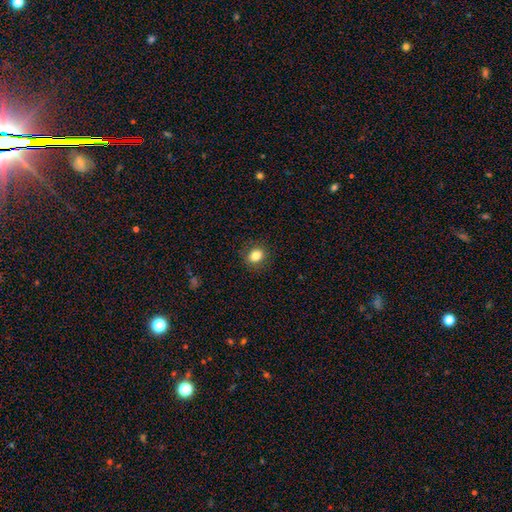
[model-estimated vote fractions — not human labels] Morphology: type=smooth (83%); roundness=round (56%); merging=none (88%).